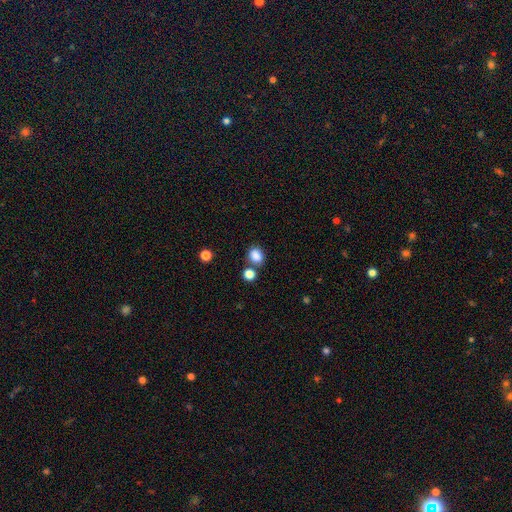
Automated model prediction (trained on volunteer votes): Smooth or featured: smooth — 86% (star or artifact — 10%)
How rounded: round — 53% (in between — 46%)
Merging: none — 70% (merger — 14%)